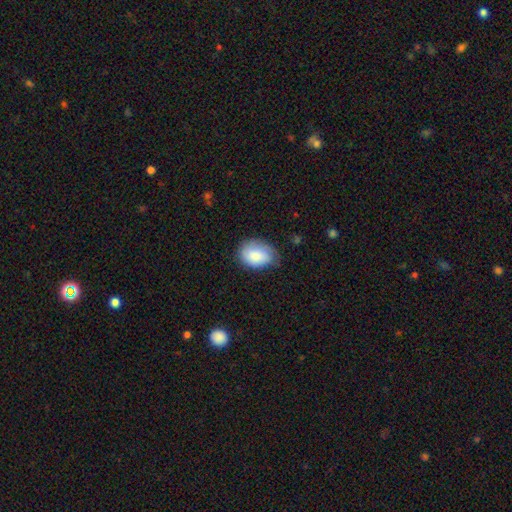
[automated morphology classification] type=smooth (82%); roundness=in between (76%); merging=none (64%).